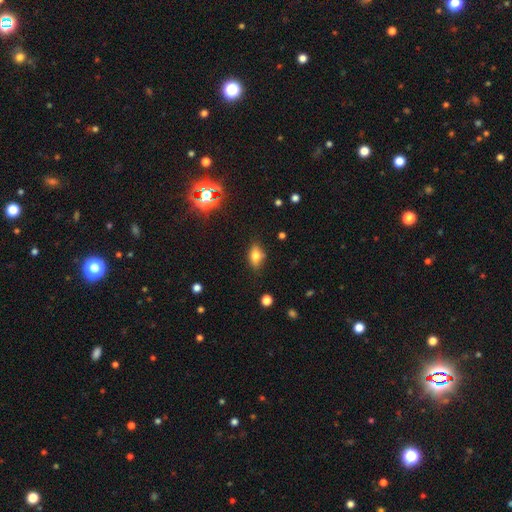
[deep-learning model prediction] smooth_or_featured: smooth (p=0.67) [alt: featured or disk p=0.20]
how_rounded: in between (p=0.81) [alt: round p=0.13]
merging: none (p=0.75) [alt: minor disturbance p=0.18]